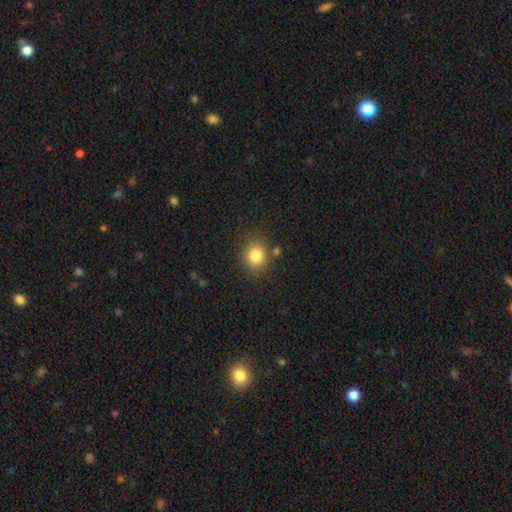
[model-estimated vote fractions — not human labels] This appears to be a smooth galaxy with no disk features (82%) that is round (76%). Merging: none (81%).